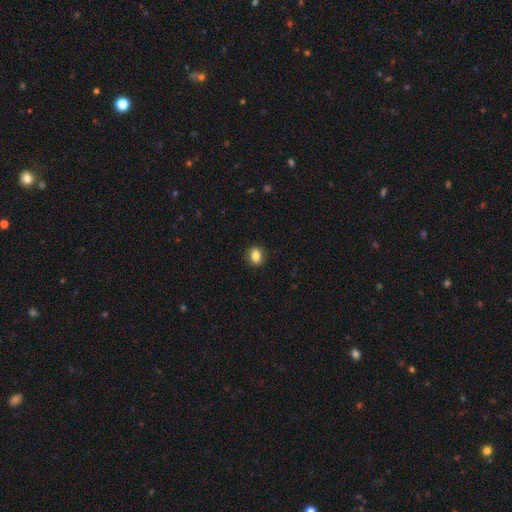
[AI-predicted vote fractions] This appears to be a smooth galaxy with no disk features (83%) that is round (59%). Merging: none (89%).